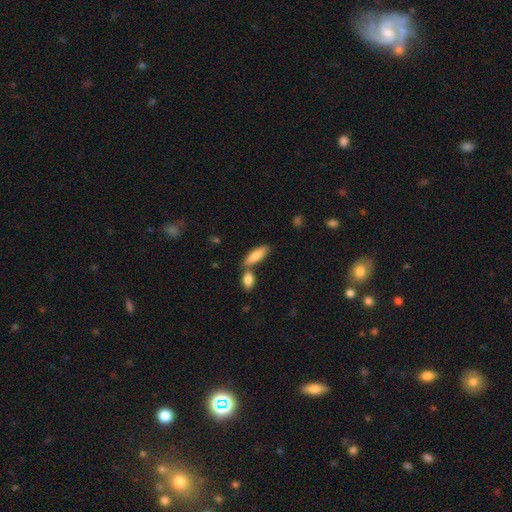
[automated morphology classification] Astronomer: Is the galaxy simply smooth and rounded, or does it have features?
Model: smooth — 81%.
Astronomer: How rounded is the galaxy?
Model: in between — 58% (runner-up: cigar-shaped, 40%).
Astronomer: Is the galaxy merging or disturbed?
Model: none — 56%.